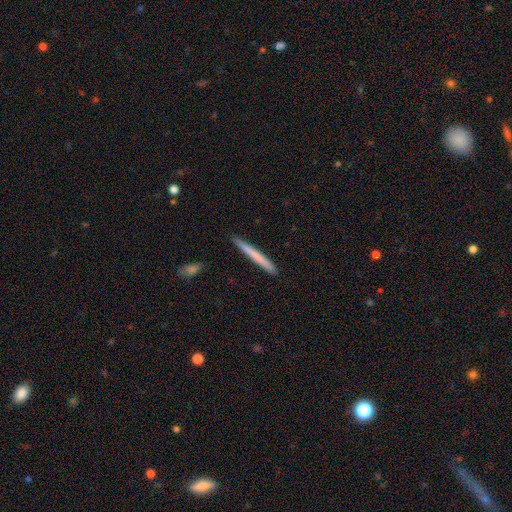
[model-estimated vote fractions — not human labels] A smooth galaxy with no disk features (68%) that is cigar-shaped (97%).

Vote fractions:
- Smooth or featured? smooth: 68% / featured or disk: 27% / star or artifact: 5%
- How rounded? cigar-shaped: 97% / in between: 2% / round: 1%
- Merging? none: 92% / minor disturbance: 6% / major disturbance: 1% / merger: 1%